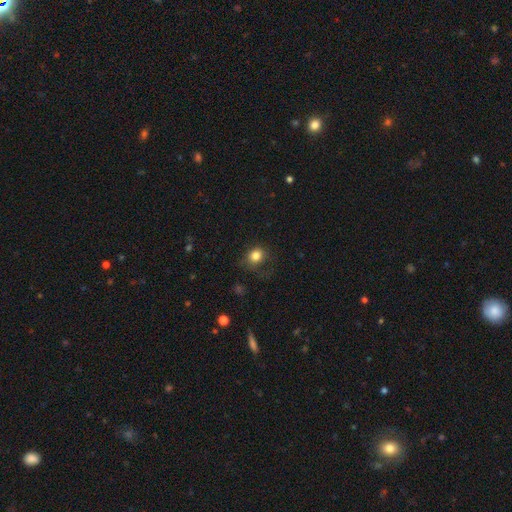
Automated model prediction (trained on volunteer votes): A smooth galaxy with no disk features (82%) that is round (73%). Merging: none (66%).